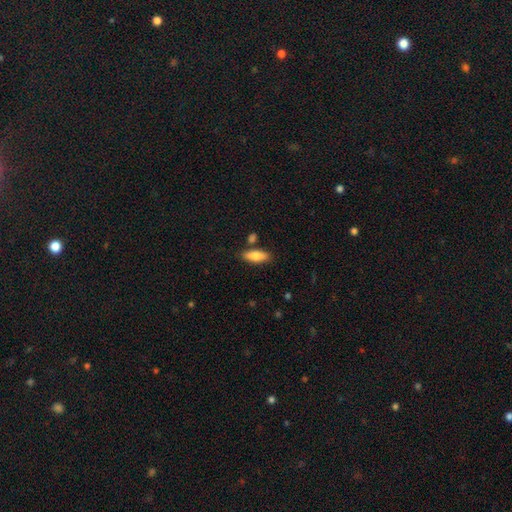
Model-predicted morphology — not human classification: smooth_or_featured: smooth (p=0.81) [alt: featured or disk p=0.13]
how_rounded: in between (p=0.65) [alt: cigar-shaped p=0.33]
merging: none (p=0.81) [alt: minor disturbance p=0.11]